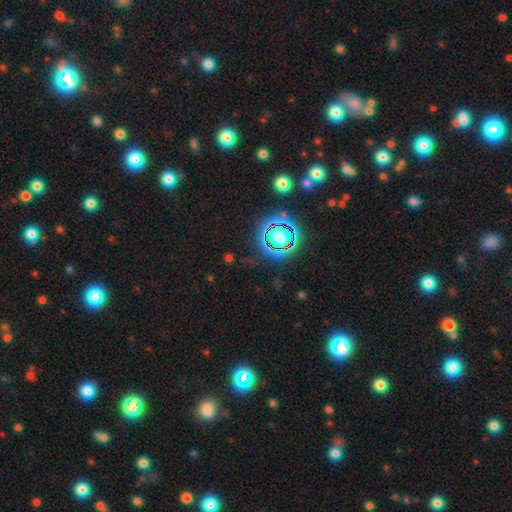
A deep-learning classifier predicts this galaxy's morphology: Overall: star or artifact (77%).